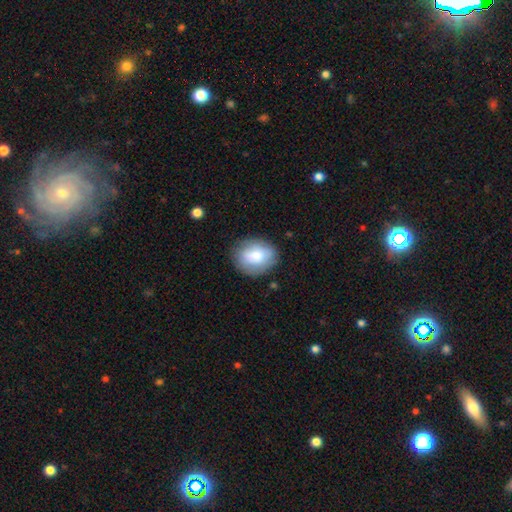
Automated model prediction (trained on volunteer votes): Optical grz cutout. It shows a smooth galaxy with no disk features (79%) that is in between round and cigar-shaped (51%). Merging: none (79%).